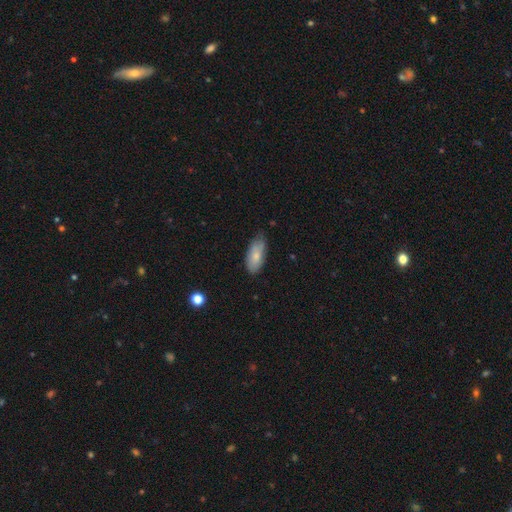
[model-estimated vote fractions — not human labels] The model was most divided on "merging": none: 62%, minor disturbance: 31%, major disturbance: 5%, merger: 2%. More confident: how rounded — in between (88%); smooth or featured — smooth (78%).